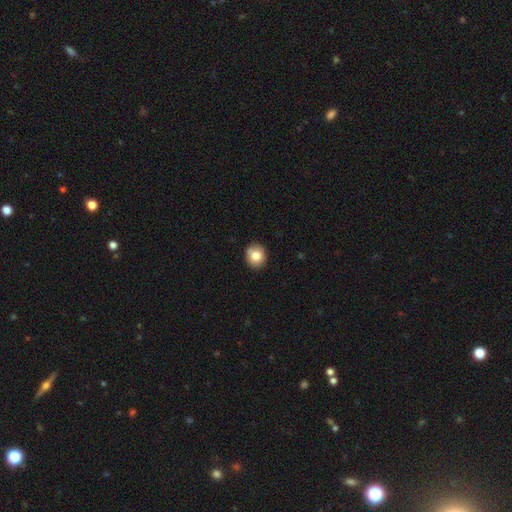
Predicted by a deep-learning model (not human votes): Morphology: type=smooth (80%); roundness=round (76%); merging=none (86%).